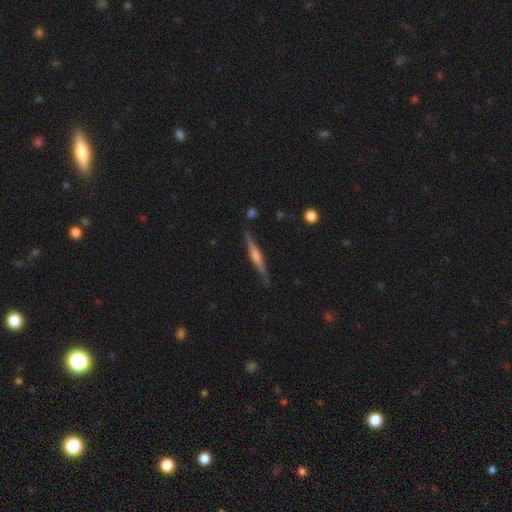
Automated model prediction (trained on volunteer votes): Smooth or featured?
  - featured or disk: 71% *
  - smooth: 23%
  - star or artifact: 5%
Edge-on disk?
  - yes: 98% *
  - no: 2%
Edge-on bulge?
  - rounded: 66% *
  - boxy: 19%
  - none: 15%
Merging?
  - none: 87% *
  - minor disturbance: 9%
  - major disturbance: 2%
  - merger: 2%